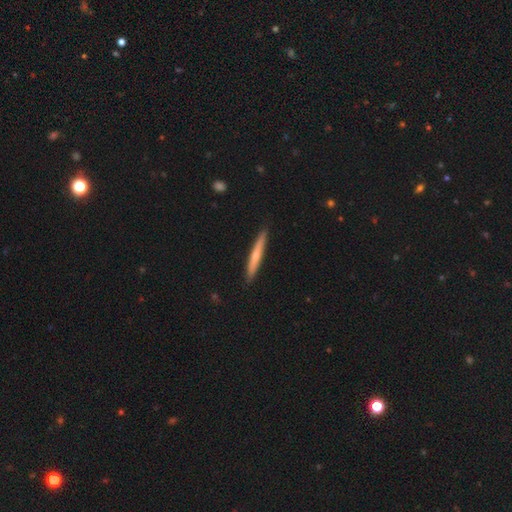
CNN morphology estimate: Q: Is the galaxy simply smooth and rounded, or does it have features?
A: smooth — 52%.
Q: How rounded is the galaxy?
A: cigar-shaped — 95%.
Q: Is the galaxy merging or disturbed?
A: none — 90%.